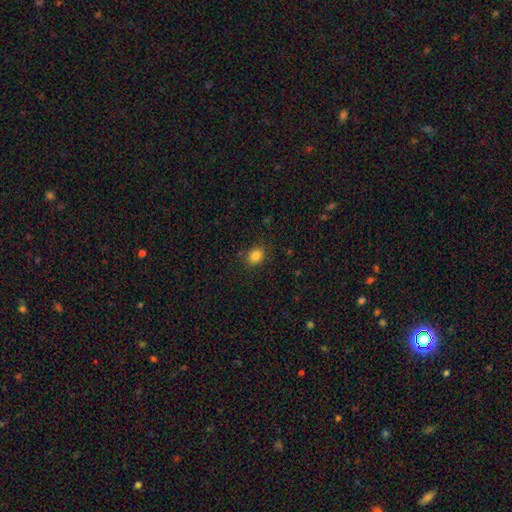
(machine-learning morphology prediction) type=smooth (84%); roundness=round (60%); merging=none (86%).